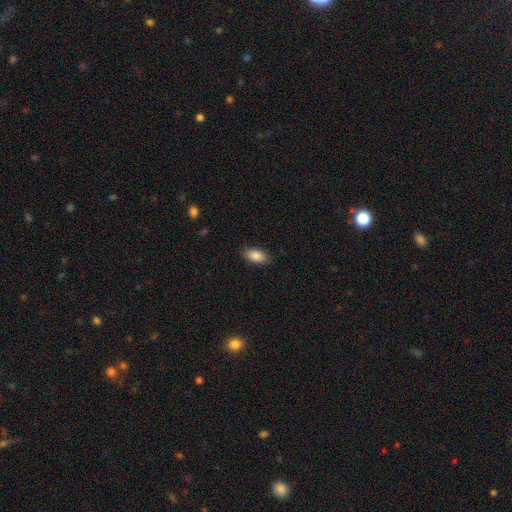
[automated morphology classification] This is clearly a smooth galaxy (88%). How rounded: clearly in between (92%). Merging: clearly none (86%).